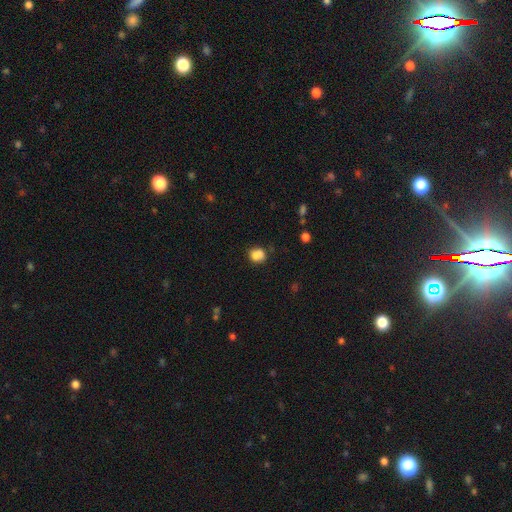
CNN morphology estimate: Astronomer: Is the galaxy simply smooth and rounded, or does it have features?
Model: smooth — 82%.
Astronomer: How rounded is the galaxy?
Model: round — 71%.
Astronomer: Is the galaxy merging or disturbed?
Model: none — 60%.